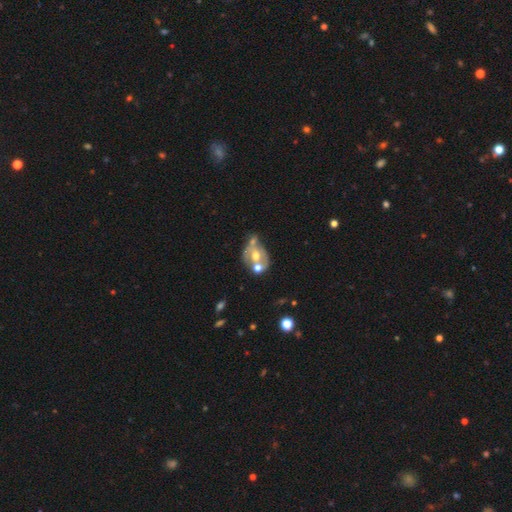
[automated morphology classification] smooth-or-featured: featured or disk: 63% | smooth: 29% | star or artifact: 8%
  disk-edge-on: no: 96% | yes: 4%
    bar: no: 67% | weak: 23% | strong: 10%
    has-spiral-arms: no: 62% | yes: 38%
    bulge-size: moderate: 76% | small: 12% | large: 9% | none: 2% | dominant: 1%
  merging: merger: 36% (tied) | none: 36% (tied) | minor disturbance: 17% | major disturbance: 10%